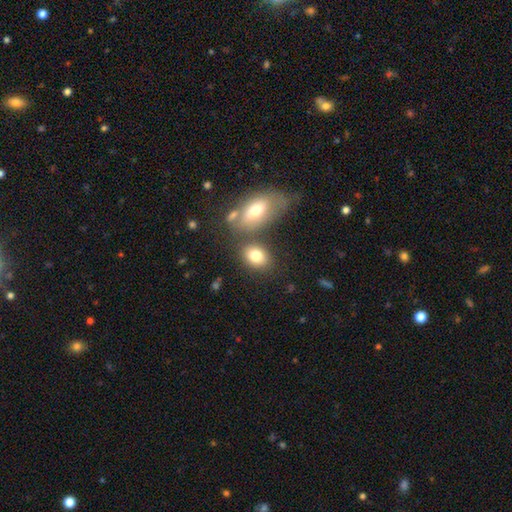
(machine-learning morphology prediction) Smooth or featured: smooth — 79% (featured or disk — 12%)
How rounded: in between — 73% (round — 25%)
Merging: none — 64% (merger — 19%)